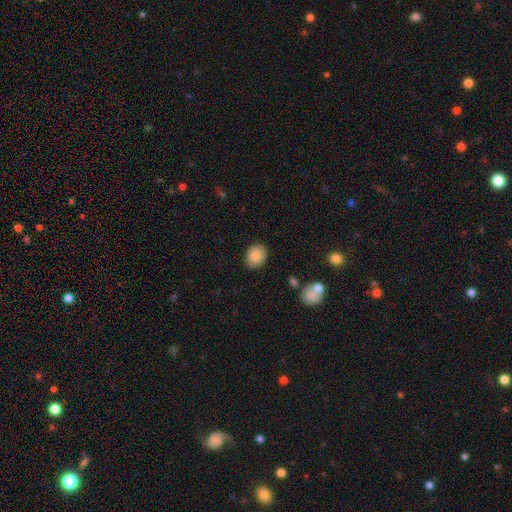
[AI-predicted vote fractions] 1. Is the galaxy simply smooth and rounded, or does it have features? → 85% smooth, 8% star or artifact, 7% featured or disk.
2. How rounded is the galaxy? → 51% round, 48% in between, 1% cigar-shaped.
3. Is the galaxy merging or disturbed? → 88% none, 9% minor disturbance, 2% major disturbance, 1% merger.